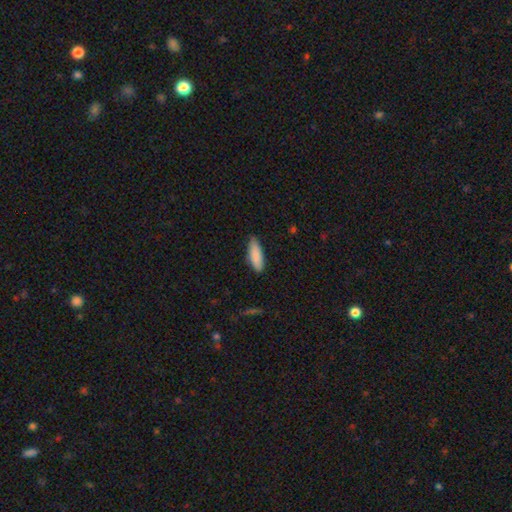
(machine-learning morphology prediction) Smooth or featured? smooth (88%)
How rounded? in between (60%)
Merging? none (79%)